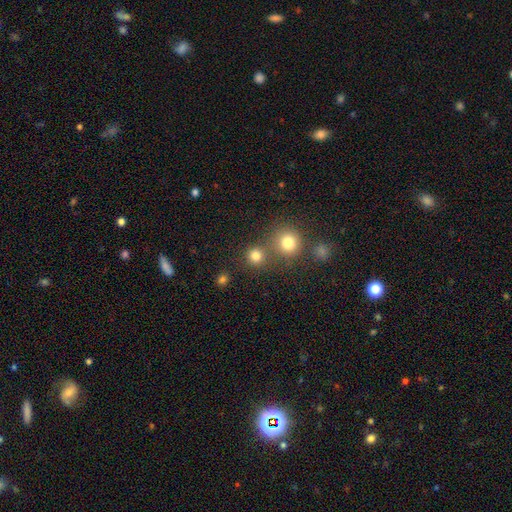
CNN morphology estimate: Q: Smooth or featured?
A: smooth (80%); runner-up: star or artifact (14%)
Q: How rounded?
A: round (90%); runner-up: in between (9%)
Q: Merging?
A: none (68%); runner-up: merger (22%)